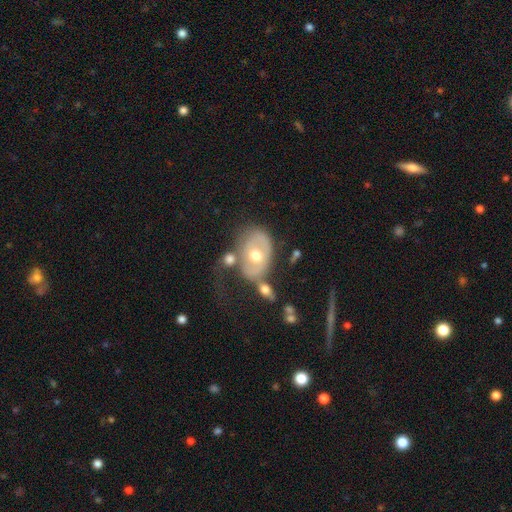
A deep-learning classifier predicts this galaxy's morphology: A featured or disk galaxy (55%) with no bar (77%), no spiral arms (66%) and a moderate central bulge (78%).

Vote fractions:
- Smooth or featured? featured or disk: 55% / smooth: 38% / star or artifact: 7%
- Edge-on disk? no: 93% / yes: 7%
- Bar? no: 77% / weak: 17% / strong: 6%
- Spiral arms? no: 66% / yes: 34%
- Bulge size? moderate: 78% / small: 12% / large: 8% / dominant: 1% / none: 1%
- Merging? none: 37% / major disturbance: 23% / merger: 21% / minor disturbance: 20%